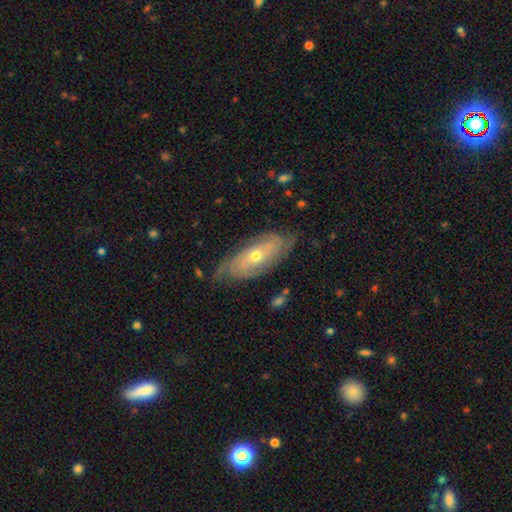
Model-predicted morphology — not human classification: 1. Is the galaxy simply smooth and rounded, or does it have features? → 71% featured or disk, 21% smooth, 8% star or artifact.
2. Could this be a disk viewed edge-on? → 82% no, 18% yes.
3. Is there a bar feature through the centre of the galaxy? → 75% no, 20% weak, 5% strong.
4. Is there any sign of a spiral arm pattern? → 83% yes, 17% no.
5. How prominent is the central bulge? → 50% moderate, 47% small, 1% large, 1% none, 1% dominant.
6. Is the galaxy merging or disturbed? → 75% none, 19% minor disturbance, 5% major disturbance, 1% merger.